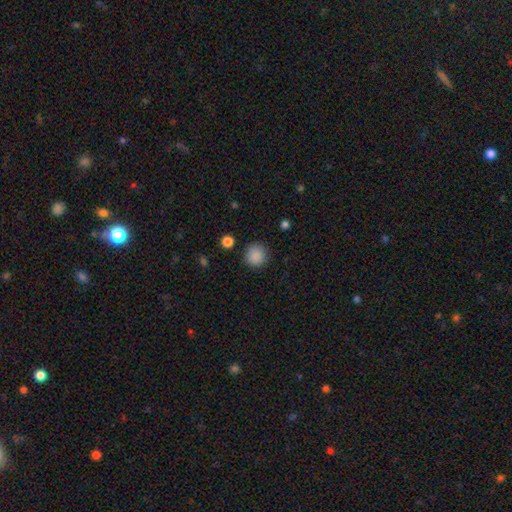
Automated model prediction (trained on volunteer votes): Smooth or featured?
  - smooth: 87% *
  - star or artifact: 10%
  - featured or disk: 3%
How rounded?
  - round: 93% *
  - in between: 6%
  - cigar-shaped: 1%
Merging?
  - none: 88% *
  - minor disturbance: 7%
  - major disturbance: 3%
  - merger: 2%